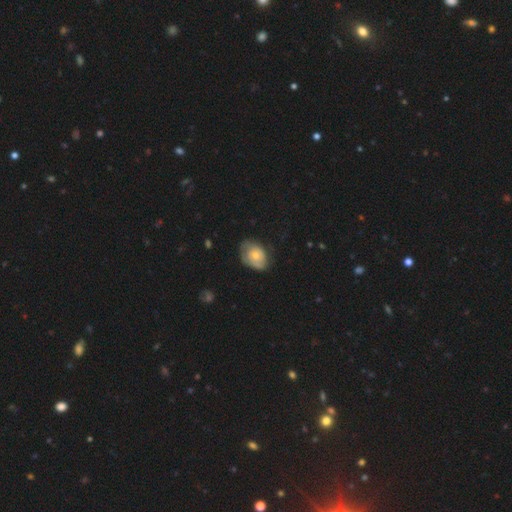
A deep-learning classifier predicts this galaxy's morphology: This is possibly a smooth galaxy (52%). How rounded: likely in between (69%). Merging: possibly none (56%).